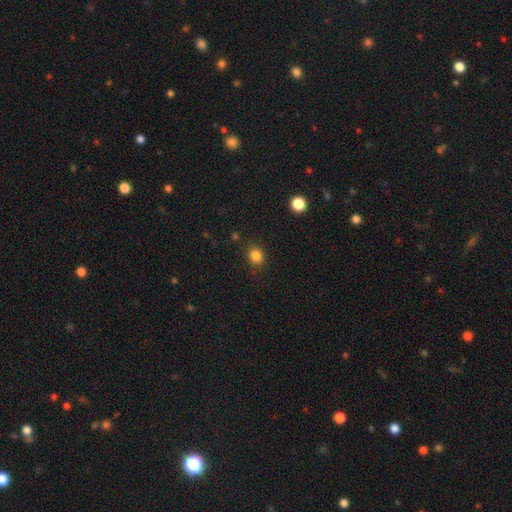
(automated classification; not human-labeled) Q: Smooth or featured?
A: smooth (84%); runner-up: star or artifact (12%)
Q: How rounded?
A: round (71%); runner-up: in between (28%)
Q: Merging?
A: none (86%); runner-up: minor disturbance (9%)